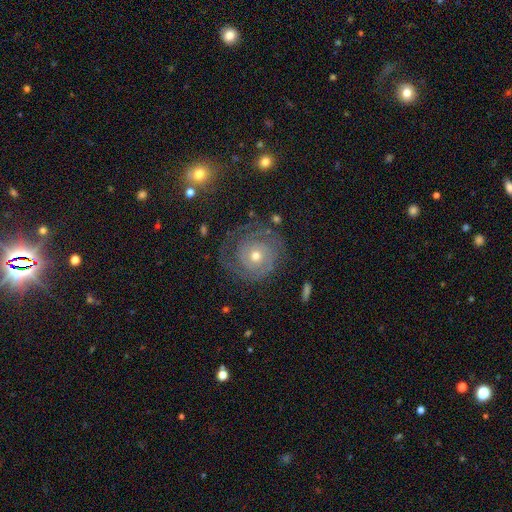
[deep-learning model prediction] Overall: featured or disk (82%). Edge-on disk: no (98%). Bar: no (82%). Spiral arms: yes (93%). Spiral arm count: 2 (46%; can't tell 23%). Spiral winding: tight (77%). Bulge size: moderate (59%; small 37%). Merging: none (72%).